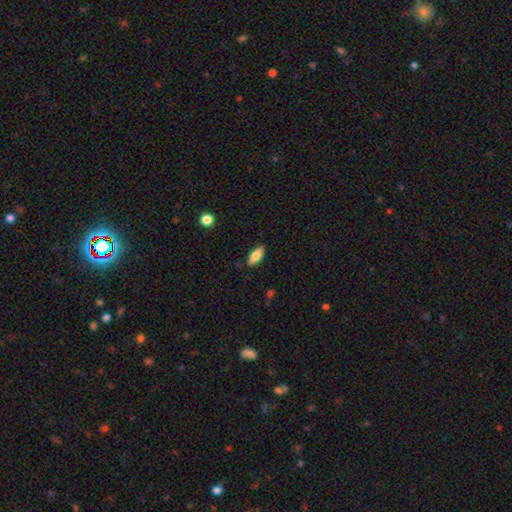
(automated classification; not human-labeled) This is likely a smooth galaxy (72%). How rounded: likely in between (76%). Merging: clearly none (86%).